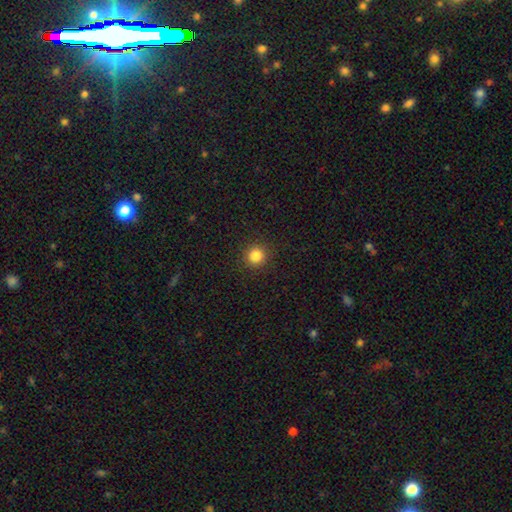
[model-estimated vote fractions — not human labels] Smooth or featured?
  - smooth: 84% *
  - star or artifact: 12%
  - featured or disk: 4%
How rounded?
  - round: 95% *
  - in between: 4%
  - cigar-shaped: 1%
Merging?
  - none: 91% *
  - minor disturbance: 5%
  - major disturbance: 2%
  - merger: 1%